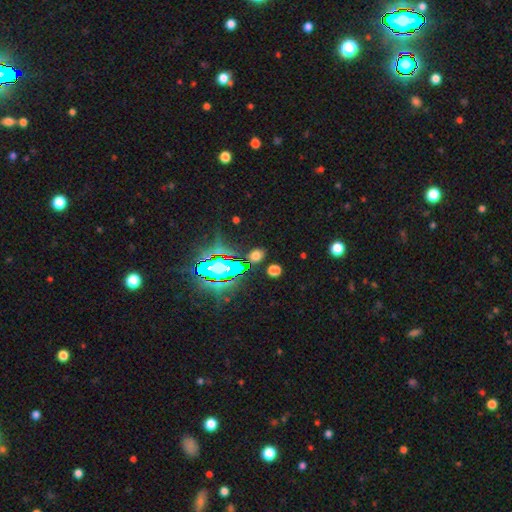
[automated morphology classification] Smooth or featured: smooth — 56% (star or artifact — 35%)
How rounded: round — 61% (in between — 37%)
Merging: none — 82% (minor disturbance — 10%)